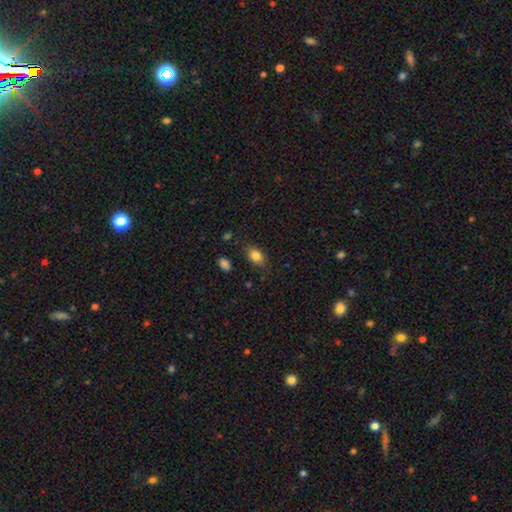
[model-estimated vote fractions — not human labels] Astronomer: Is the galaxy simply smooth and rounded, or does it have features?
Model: smooth — 84%.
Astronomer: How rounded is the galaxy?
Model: in between — 85%.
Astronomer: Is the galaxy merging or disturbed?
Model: none — 77%.